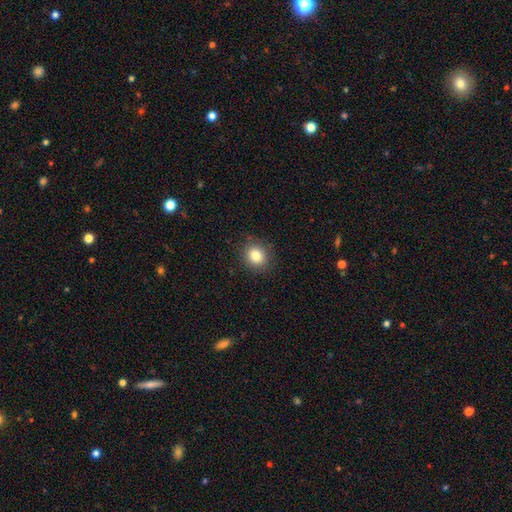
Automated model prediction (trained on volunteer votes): This appears to be a smooth galaxy with no disk features (82%) that is round (77%). Merging: none (89%).